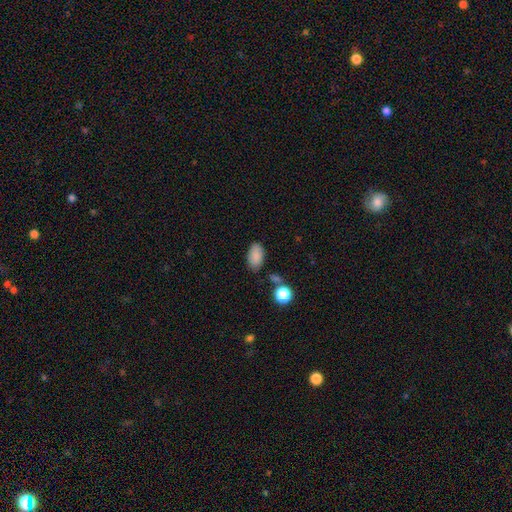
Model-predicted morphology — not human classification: This appears to be a smooth galaxy with no disk features (86%) that is in between round and cigar-shaped (92%). Merging: none (78%).